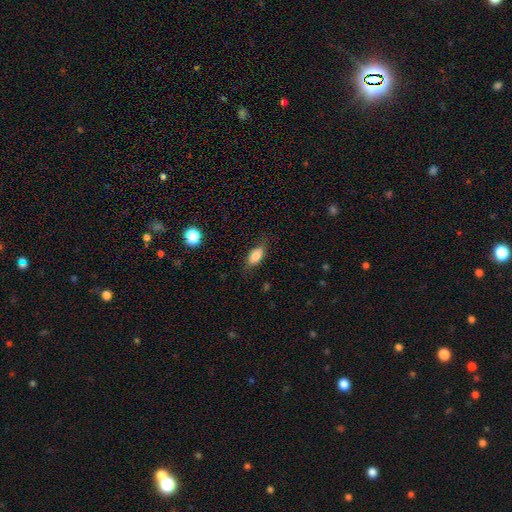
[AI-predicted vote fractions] Morphology: type=smooth (81%); roundness=in between (87%); merging=none (79%).